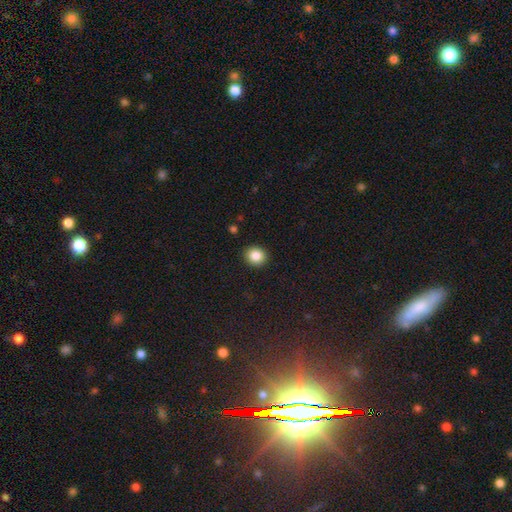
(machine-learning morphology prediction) Smooth or featured: smooth — 86% (star or artifact — 9%)
How rounded: round — 77% (in between — 22%)
Merging: none — 91% (minor disturbance — 6%)